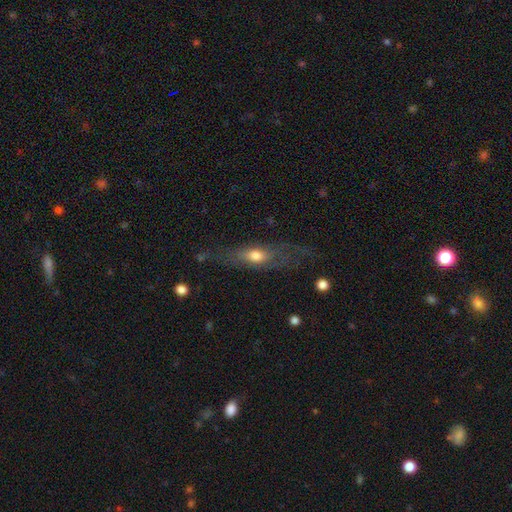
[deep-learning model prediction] Smooth or featured? smooth (47%)
Merging? none (59%)